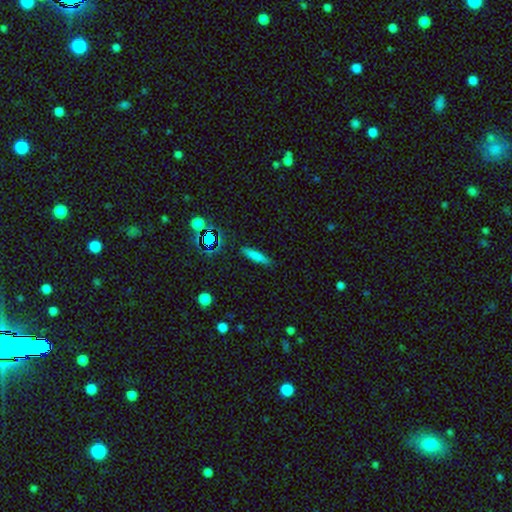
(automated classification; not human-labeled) Smooth or featured: smooth — 74% (star or artifact — 13%)
How rounded: cigar-shaped — 81% (in between — 17%)
Merging: none — 86% (minor disturbance — 9%)